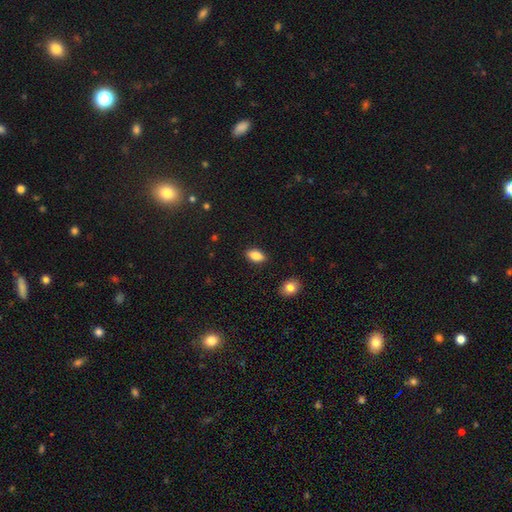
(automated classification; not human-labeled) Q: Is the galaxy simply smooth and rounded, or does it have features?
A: smooth — 85%.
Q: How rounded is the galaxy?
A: in between — 90%.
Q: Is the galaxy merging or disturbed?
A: none — 88%.